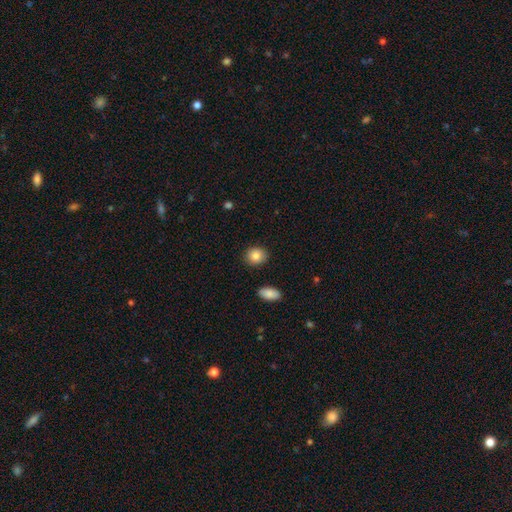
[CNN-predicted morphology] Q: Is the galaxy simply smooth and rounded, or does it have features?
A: smooth — 86%.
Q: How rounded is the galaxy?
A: round — 66%.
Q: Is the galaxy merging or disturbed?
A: none — 88%.